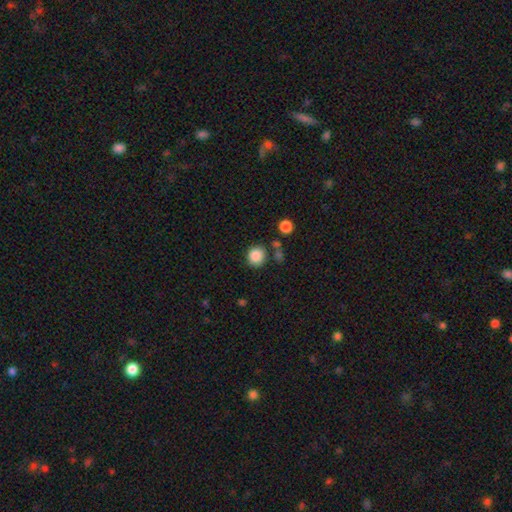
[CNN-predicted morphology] smooth 87%, star or artifact 9%, featured or disk 4%. Down the decision tree: how rounded — round (88%); merging — none (80%).